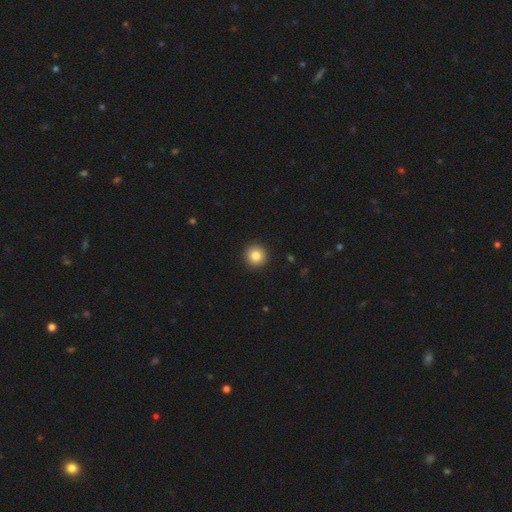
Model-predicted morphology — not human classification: Smooth or featured? Predicted: smooth (p=0.85). How rounded? Predicted: round (p=0.96). Merging? Predicted: none (p=0.93).